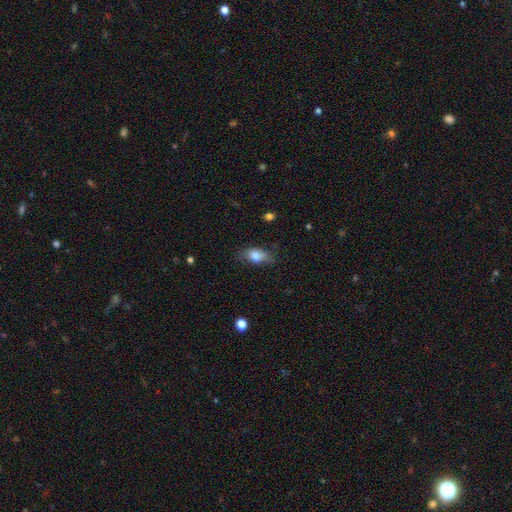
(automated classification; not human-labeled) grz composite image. It shows a smooth galaxy with no disk features (80%) that is in between round and cigar-shaped (84%). Merging: none (65%).